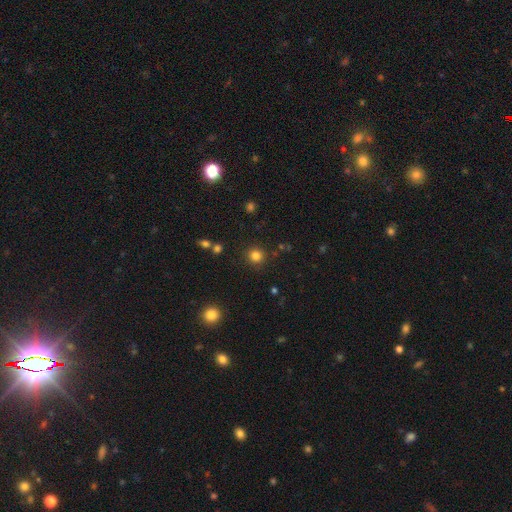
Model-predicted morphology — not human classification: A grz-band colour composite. It shows a smooth galaxy with no disk features (82%) that is round (93%). Merging: none (88%).